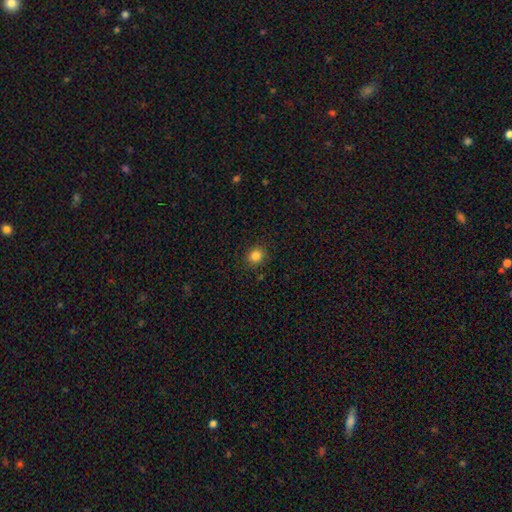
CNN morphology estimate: smooth 84%, star or artifact 12%, featured or disk 4%. Down the decision tree: how rounded — round (89%); merging — none (89%).